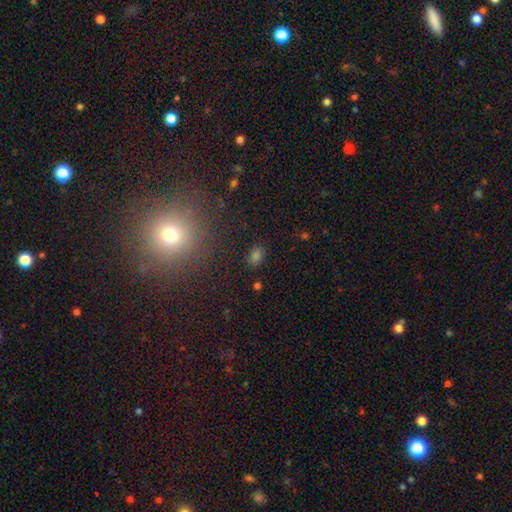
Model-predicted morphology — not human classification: smooth 70%, star or artifact 23%, featured or disk 7%. Down the decision tree: how rounded — in between (68%); merging — none (84%).